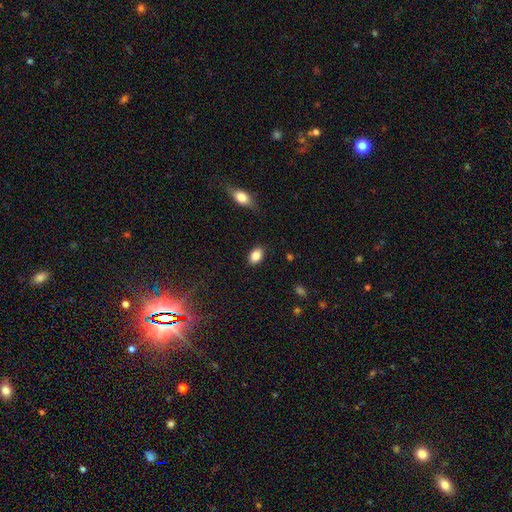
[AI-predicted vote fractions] Smooth or featured? Predicted: smooth (p=0.85). How rounded? Predicted: in between (p=0.87). Merging? Predicted: none (p=0.86).